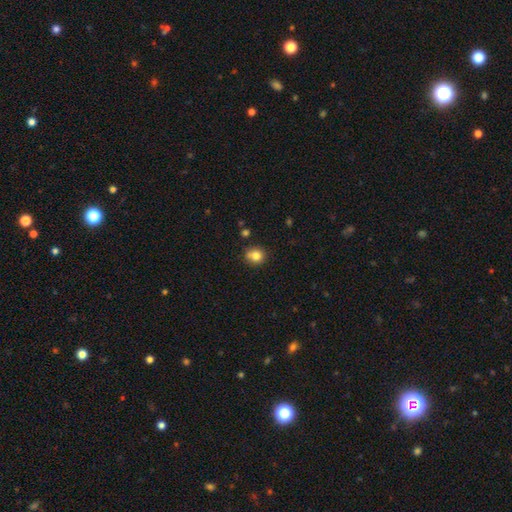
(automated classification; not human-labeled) Morphology: type=smooth (82%); roundness=round (79%); merging=none (71%).